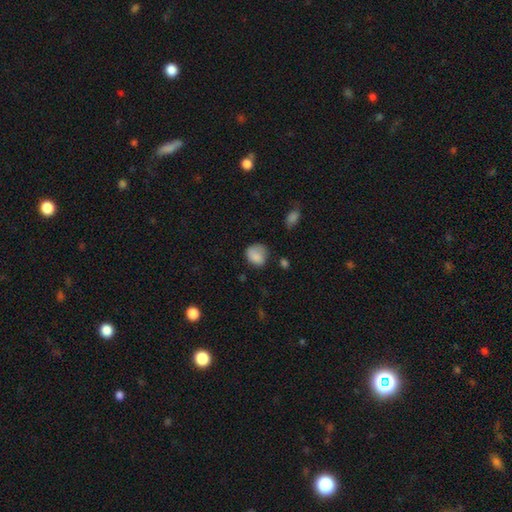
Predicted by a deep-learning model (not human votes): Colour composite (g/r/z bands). It shows a smooth galaxy with no disk features (82%) that is round (60%). Merging: none (55%).